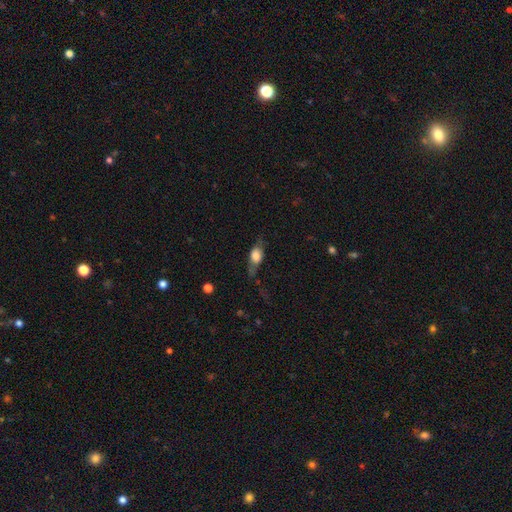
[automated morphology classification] A smooth galaxy with no disk features (63%) that is in between round and cigar-shaped (74%).

Vote fractions:
- Smooth or featured? smooth: 63% / featured or disk: 29% / star or artifact: 8%
- How rounded? in between: 74% / cigar-shaped: 15% / round: 11%
- Merging? none: 52% / minor disturbance: 27% / major disturbance: 19% / merger: 3%